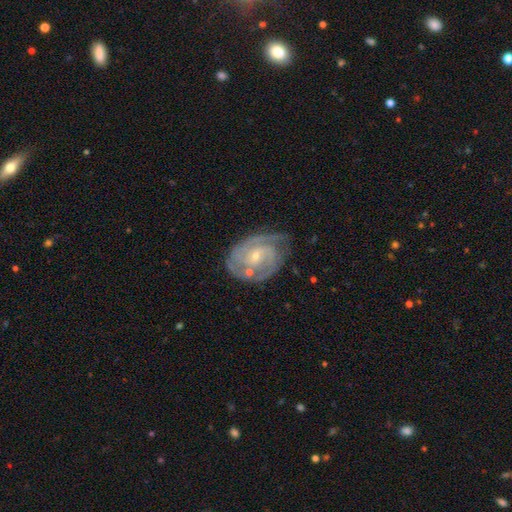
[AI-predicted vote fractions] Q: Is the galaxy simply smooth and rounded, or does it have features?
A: featured or disk — 87%.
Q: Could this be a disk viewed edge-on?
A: no — 97%.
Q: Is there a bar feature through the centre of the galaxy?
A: no — 53%.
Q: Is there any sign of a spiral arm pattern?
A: yes — 96%.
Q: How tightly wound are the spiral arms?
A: tight — 64%.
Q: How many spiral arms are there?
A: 2 — 48%.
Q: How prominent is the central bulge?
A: small — 73%.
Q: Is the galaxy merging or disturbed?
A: none — 66%.